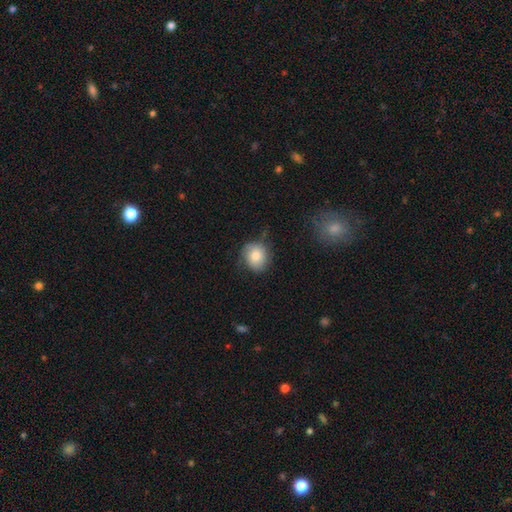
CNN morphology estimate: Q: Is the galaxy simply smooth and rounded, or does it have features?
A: smooth — 70%.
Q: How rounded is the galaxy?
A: round — 78%.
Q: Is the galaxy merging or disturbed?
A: none — 62%.